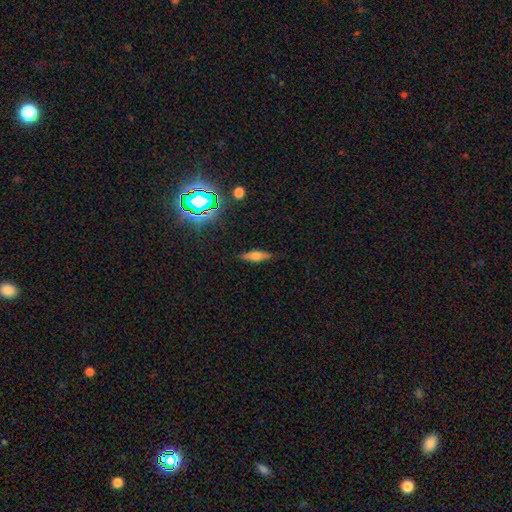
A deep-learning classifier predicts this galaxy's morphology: Smooth or featured?
  - smooth: 55% *
  - featured or disk: 33%
  - star or artifact: 12%
How rounded?
  - cigar-shaped: 58% *
  - in between: 39%
  - round: 3%
Merging?
  - none: 84% *
  - minor disturbance: 12%
  - major disturbance: 3%
  - merger: 1%